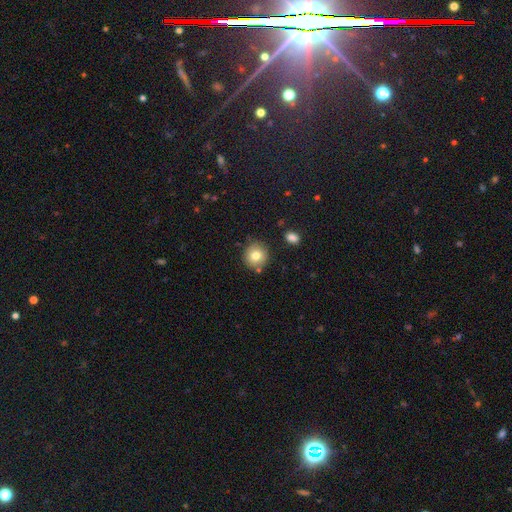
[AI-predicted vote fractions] A smooth galaxy with no disk features (78%) that is round (91%). Merging: none (82%).